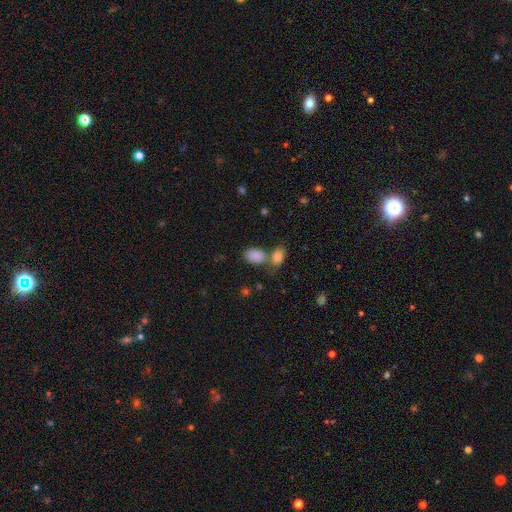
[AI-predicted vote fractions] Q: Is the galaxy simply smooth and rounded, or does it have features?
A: smooth — 86%.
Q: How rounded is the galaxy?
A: in between — 87%.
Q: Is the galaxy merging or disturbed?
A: none — 46%.